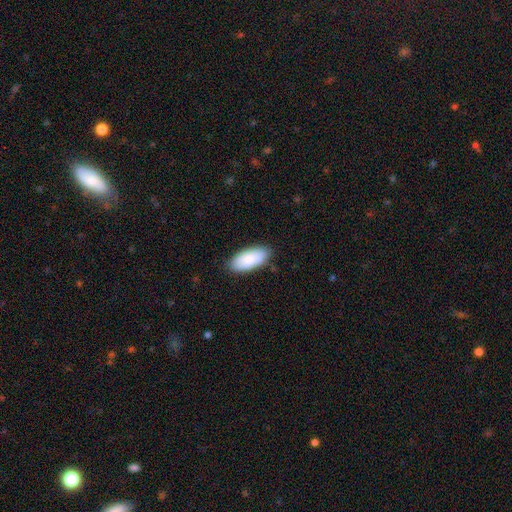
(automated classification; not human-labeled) smooth_or_featured: smooth (p=0.86) [alt: featured or disk p=0.08]
how_rounded: in between (p=0.91) [alt: cigar-shaped p=0.07]
merging: none (p=0.85) [alt: minor disturbance p=0.12]